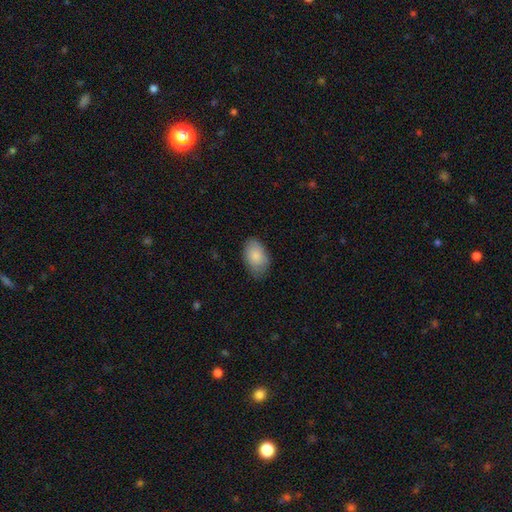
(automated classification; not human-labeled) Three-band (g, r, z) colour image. It shows a smooth galaxy with no disk features (87%) that is in between round and cigar-shaped (91%). Merging: none (72%).